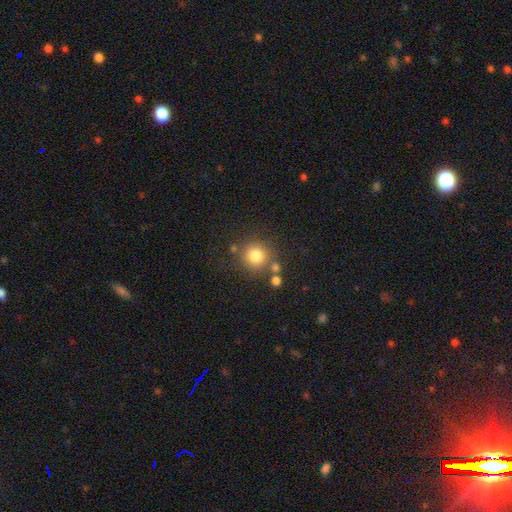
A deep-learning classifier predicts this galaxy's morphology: Overall: smooth (80%). How rounded: round (93%). Merging: none (76%).